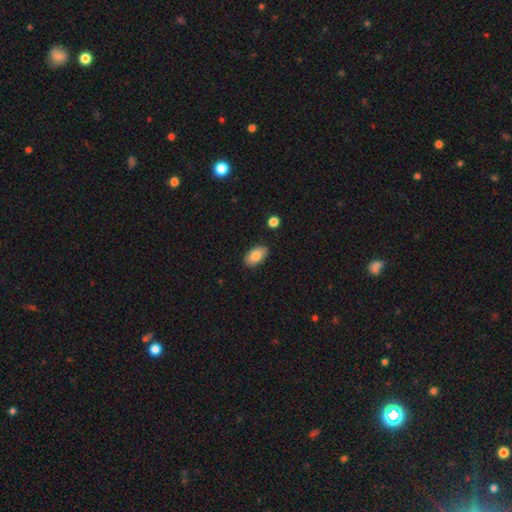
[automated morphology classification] This is clearly a smooth galaxy (82%). How rounded: clearly in between (93%). Merging: clearly none (86%).